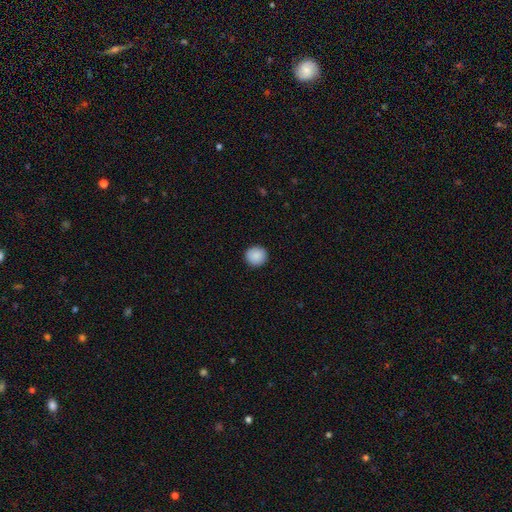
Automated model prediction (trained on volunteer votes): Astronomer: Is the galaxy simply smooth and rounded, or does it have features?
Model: smooth — 90%.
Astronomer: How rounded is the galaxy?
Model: round — 94%.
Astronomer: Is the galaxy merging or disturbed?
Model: none — 93%.